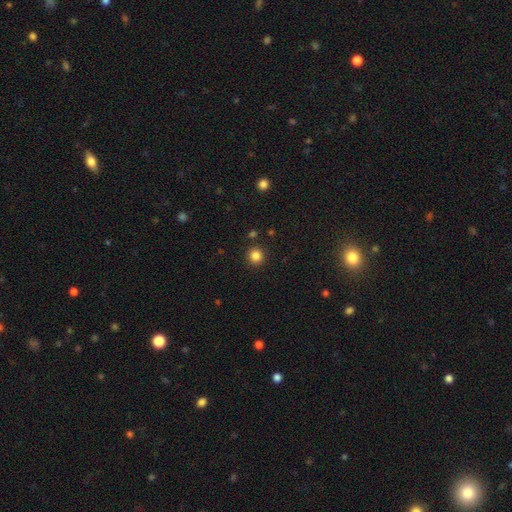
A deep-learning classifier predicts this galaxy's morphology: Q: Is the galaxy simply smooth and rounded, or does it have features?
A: smooth — 84%.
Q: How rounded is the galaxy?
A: round — 92%.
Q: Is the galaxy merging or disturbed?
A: none — 90%.